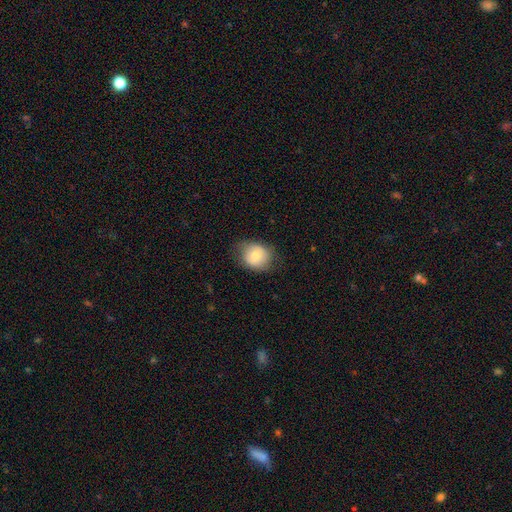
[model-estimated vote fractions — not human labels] smooth-or-featured: smooth: 77% | featured or disk: 16% | star or artifact: 8%
  how-rounded: round: 60% | in between: 39% | cigar-shaped: 1%
  merging: none: 70% | minor disturbance: 23% | major disturbance: 6% | merger: 1%